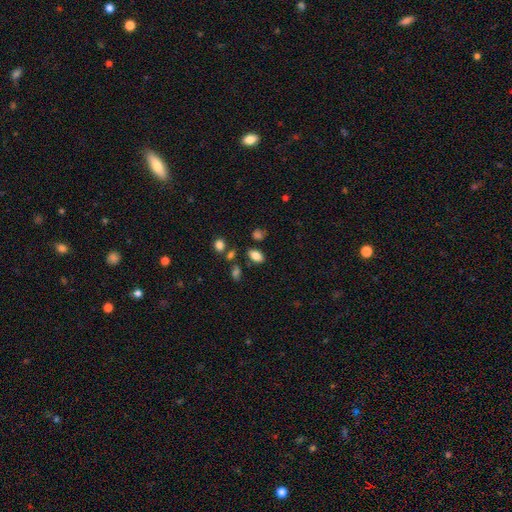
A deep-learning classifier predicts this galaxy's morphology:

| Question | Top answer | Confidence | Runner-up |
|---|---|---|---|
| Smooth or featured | smooth | 82% | star or artifact (10%) |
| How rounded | in between | 88% | round (9%) |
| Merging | none | 79% | minor disturbance (12%) |